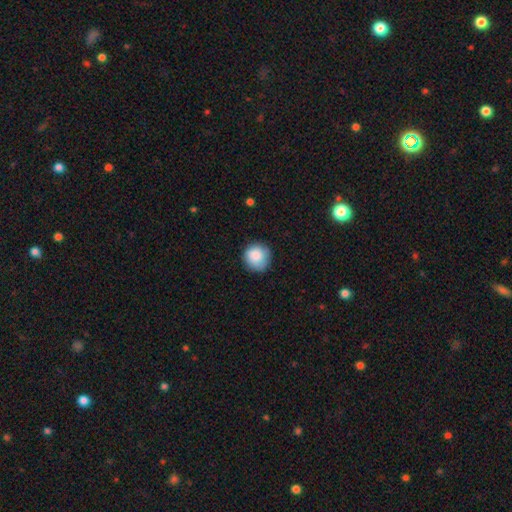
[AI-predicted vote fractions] Smooth or featured? Predicted: smooth (p=0.86). How rounded? Predicted: round (p=0.92). Merging? Predicted: none (p=0.81).